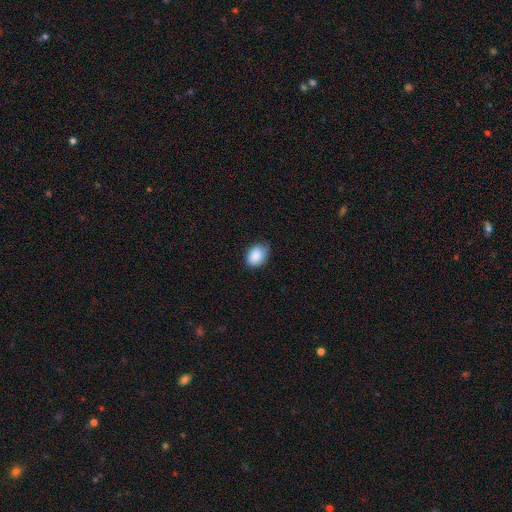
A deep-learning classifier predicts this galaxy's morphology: Smooth or featured?
  - smooth: 89% *
  - star or artifact: 8%
  - featured or disk: 4%
How rounded?
  - in between: 68% *
  - round: 31%
  - cigar-shaped: 1%
Merging?
  - none: 68% *
  - minor disturbance: 27%
  - major disturbance: 4%
  - merger: 1%